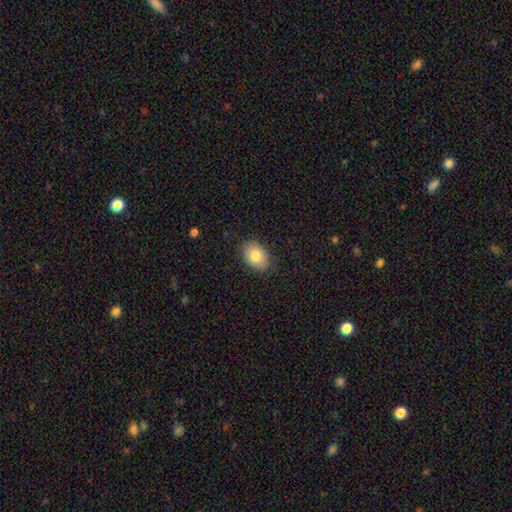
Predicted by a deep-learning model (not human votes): The model was most divided on "how rounded": in between: 78%, round: 21%, cigar-shaped: 1%. More confident: merging — none (86%); smooth or featured — smooth (82%).